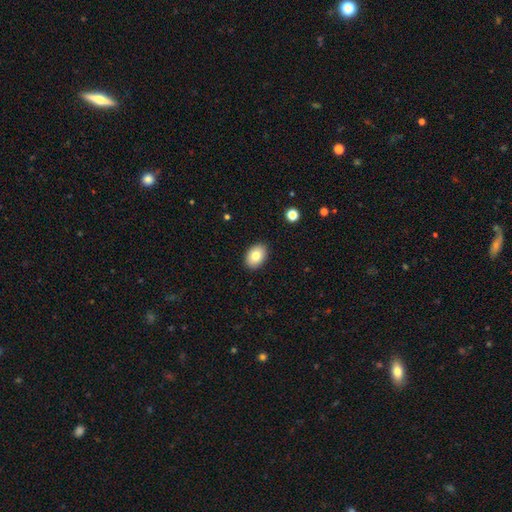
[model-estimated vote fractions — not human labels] Smooth or featured: smooth — 79% (featured or disk — 12%)
How rounded: in between — 83% (round — 16%)
Merging: none — 89% (minor disturbance — 8%)